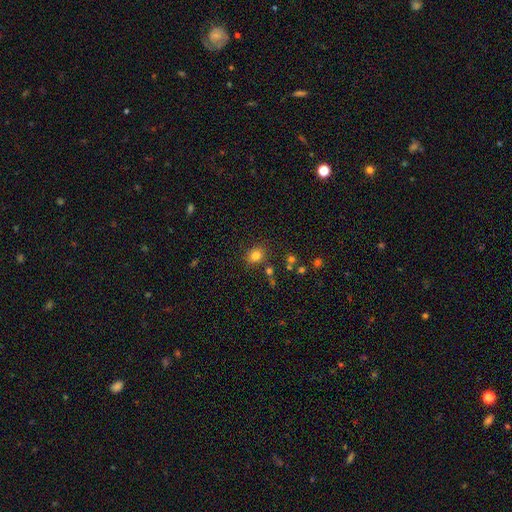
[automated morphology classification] Q: Smooth or featured?
A: smooth (80%); runner-up: star or artifact (13%)
Q: How rounded?
A: round (60%); runner-up: in between (40%)
Q: Merging?
A: none (79%); runner-up: minor disturbance (11%)